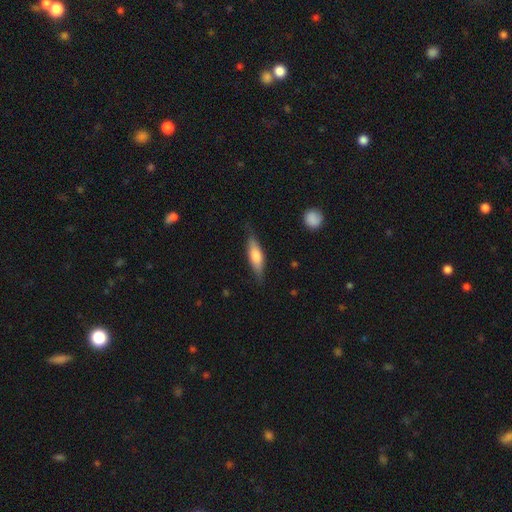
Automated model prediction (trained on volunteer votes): A smooth galaxy with no disk features (62%) that is cigar-shaped (53%).

Vote fractions:
- Smooth or featured? smooth: 62% / featured or disk: 32% / star or artifact: 6%
- How rounded? cigar-shaped: 53% / in between: 45% / round: 2%
- Merging? none: 77% / minor disturbance: 18% / major disturbance: 4% / merger: 1%